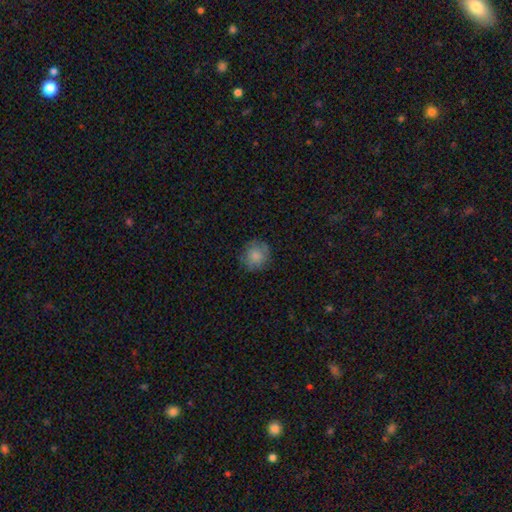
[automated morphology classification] Overall: smooth (81%). How rounded: round (87%). Merging: none (80%).